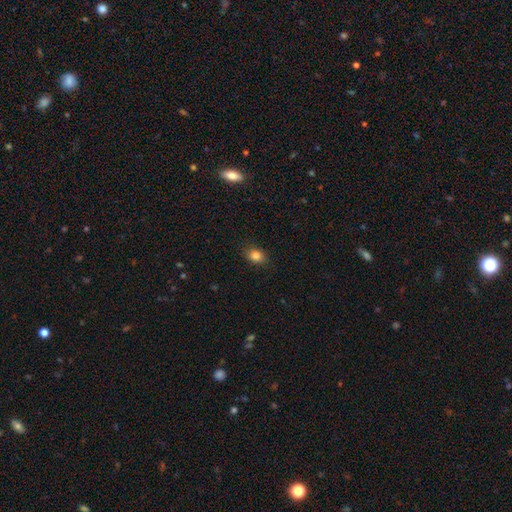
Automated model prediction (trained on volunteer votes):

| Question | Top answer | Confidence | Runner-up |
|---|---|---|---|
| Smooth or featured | smooth | 84% | star or artifact (11%) |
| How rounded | in between | 62% | round (36%) |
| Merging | none | 88% | minor disturbance (9%) |